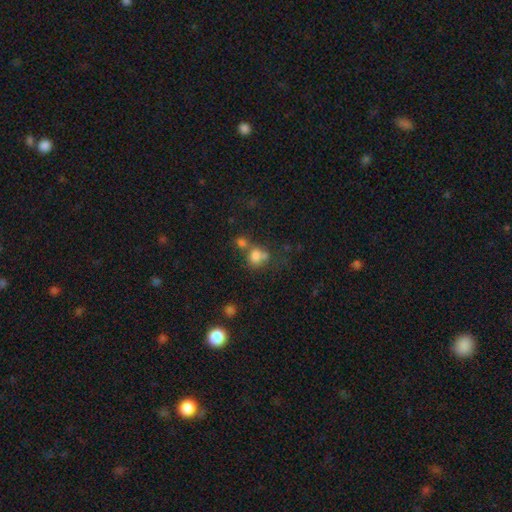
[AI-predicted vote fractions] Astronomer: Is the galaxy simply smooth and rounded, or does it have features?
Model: smooth — 74%.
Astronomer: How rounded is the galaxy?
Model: round — 69%.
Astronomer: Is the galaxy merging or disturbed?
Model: merger — 46% (runner-up: none, 37%).